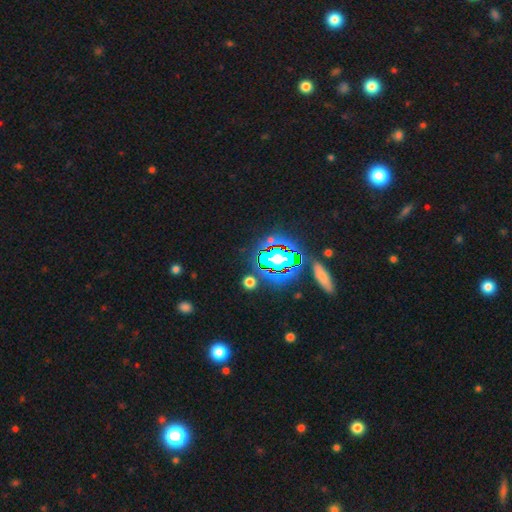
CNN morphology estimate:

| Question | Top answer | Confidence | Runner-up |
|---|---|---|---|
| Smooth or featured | star or artifact | 76% | smooth (14%) |